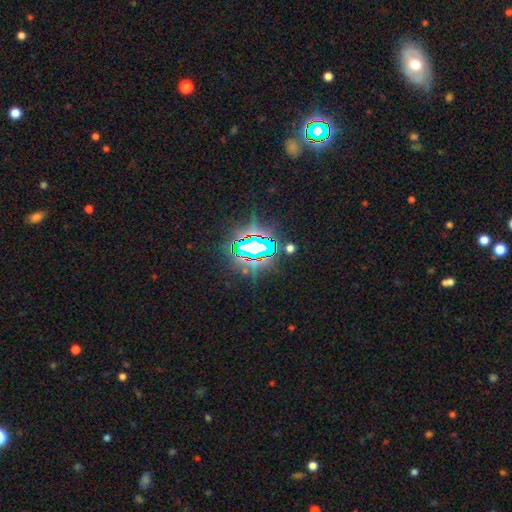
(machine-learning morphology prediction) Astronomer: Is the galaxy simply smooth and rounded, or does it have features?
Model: star or artifact — 77%.